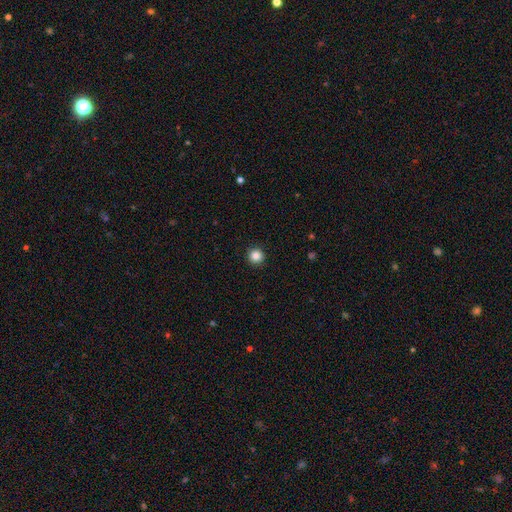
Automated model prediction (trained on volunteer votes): Morphology: type=smooth (85%); roundness=round (96%); merging=none (93%).